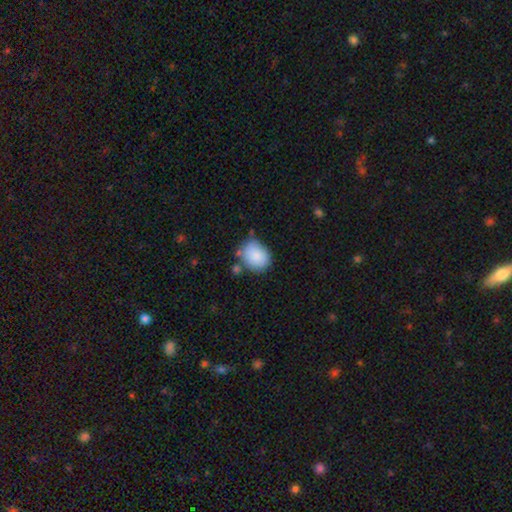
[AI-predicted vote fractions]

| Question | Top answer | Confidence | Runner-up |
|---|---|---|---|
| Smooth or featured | smooth | 87% | star or artifact (7%) |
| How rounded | in between | 53% | round (47%) |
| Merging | none | 65% | minor disturbance (21%) |